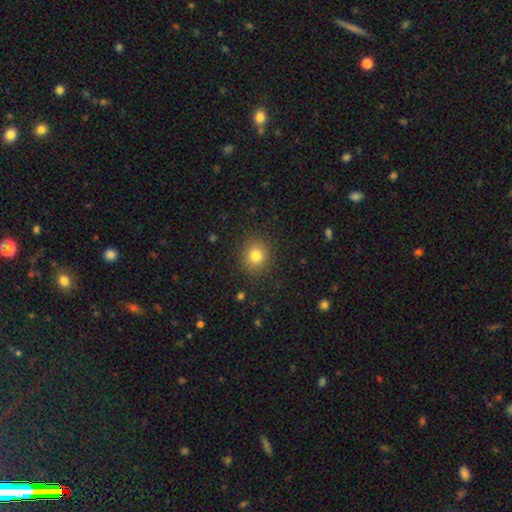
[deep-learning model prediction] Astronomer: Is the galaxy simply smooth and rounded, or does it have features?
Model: smooth — 80%.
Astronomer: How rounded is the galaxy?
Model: round — 87%.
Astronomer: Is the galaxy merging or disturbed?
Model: none — 89%.